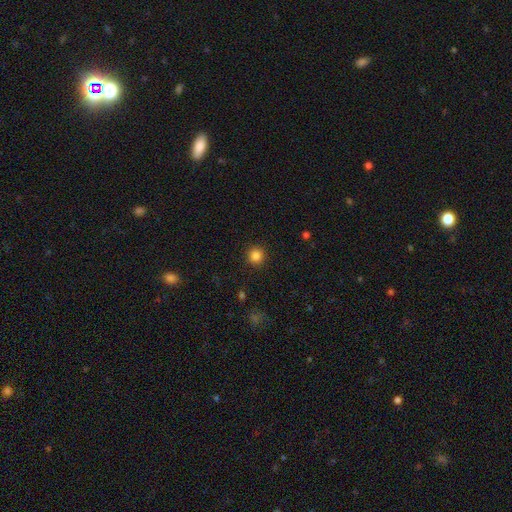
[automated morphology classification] smooth 85%, star or artifact 11%, featured or disk 4%. Down the decision tree: how rounded — round (94%); merging — none (92%).